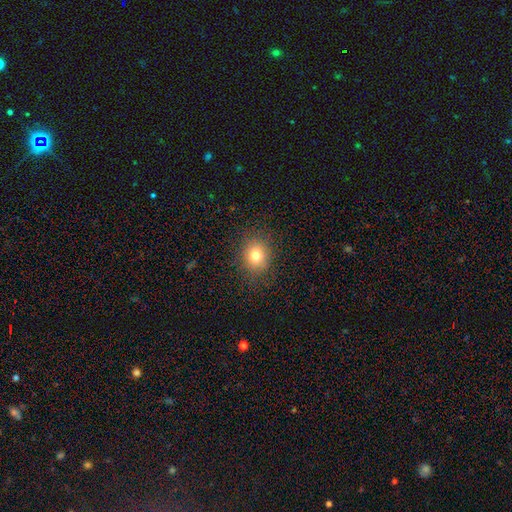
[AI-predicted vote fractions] smooth_or_featured: smooth (p=0.78) [alt: star or artifact p=0.13]
how_rounded: round (p=0.67) [alt: in between p=0.33]
merging: none (p=0.86) [alt: minor disturbance p=0.09]